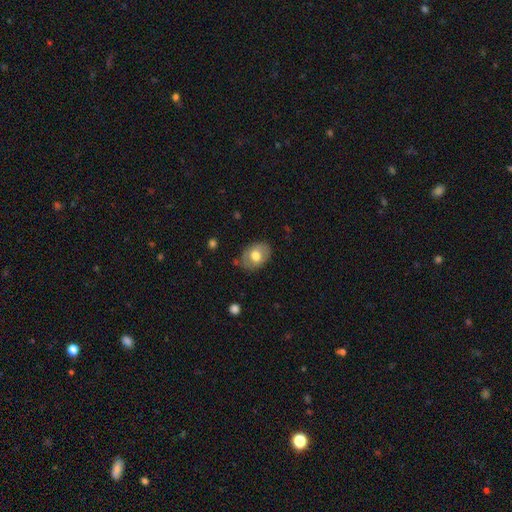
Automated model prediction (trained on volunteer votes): Smooth or featured? smooth (65%)
How rounded? in between (74%)
Merging? none (77%)